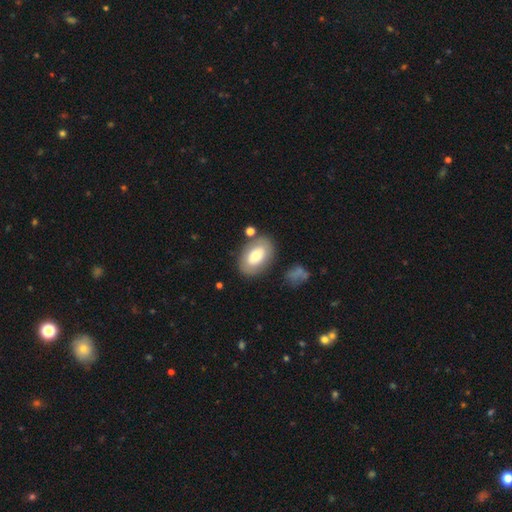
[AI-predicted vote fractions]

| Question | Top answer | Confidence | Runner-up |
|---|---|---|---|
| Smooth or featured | smooth | 67% | featured or disk (26%) |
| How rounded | in between | 89% | round (10%) |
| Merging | none | 76% | minor disturbance (13%) |